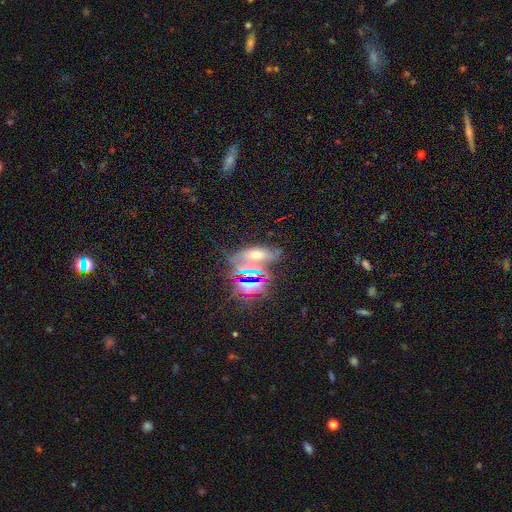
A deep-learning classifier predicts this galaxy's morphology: star or artifact 53%, smooth 27%, featured or disk 19%.